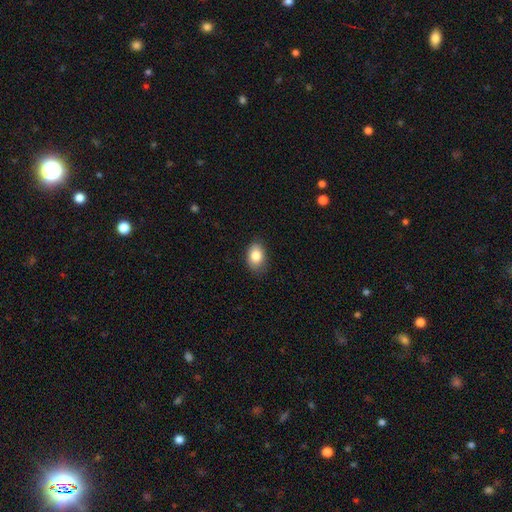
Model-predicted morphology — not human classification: A smooth galaxy with no disk features (84%) that is in between round and cigar-shaped (83%). Merging: none (83%).